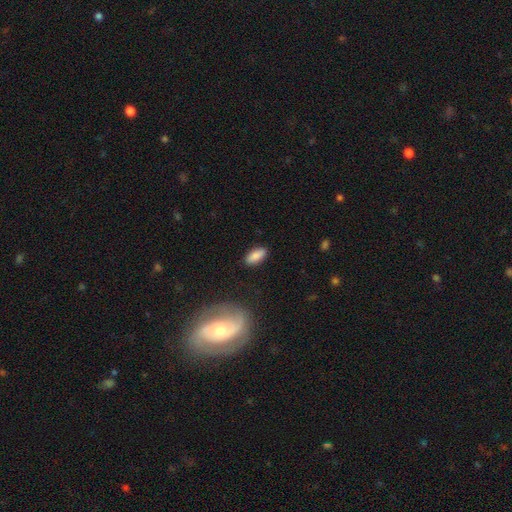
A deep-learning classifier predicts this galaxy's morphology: Overall: smooth (85%). How rounded: in between (89%). Merging: none (87%).